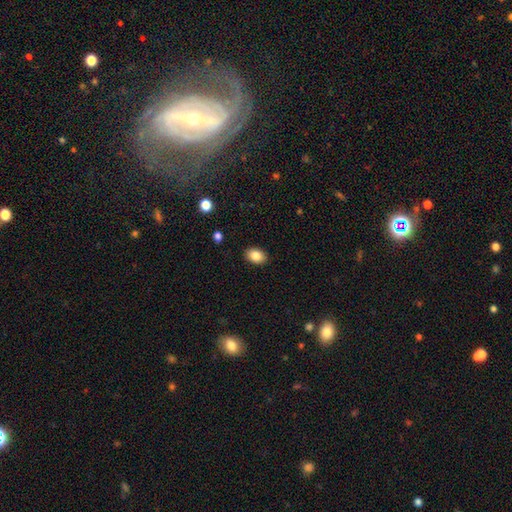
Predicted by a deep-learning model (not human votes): A smooth galaxy with no disk features (86%) that is in between round and cigar-shaped (83%).

Vote fractions:
- Smooth or featured? smooth: 86% / star or artifact: 8% / featured or disk: 6%
- How rounded? in between: 83% / round: 16% / cigar-shaped: 1%
- Merging? none: 89% / minor disturbance: 8% / major disturbance: 2% / merger: 1%